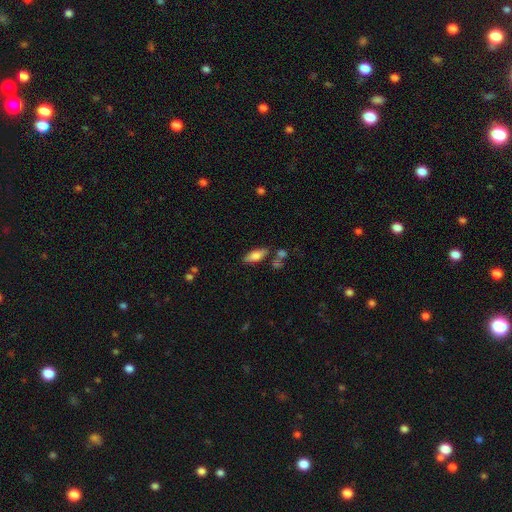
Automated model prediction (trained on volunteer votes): smooth-or-featured: smooth: 69% | featured or disk: 24% | star or artifact: 7%
  how-rounded: in between: 72% | cigar-shaped: 26% | round: 3%
  merging: none: 73% | minor disturbance: 14% | merger: 9% | major disturbance: 4%